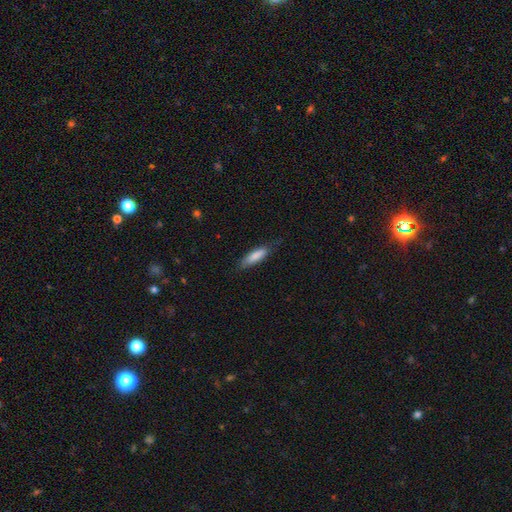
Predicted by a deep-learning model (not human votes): Overall: smooth (82%). How rounded: cigar-shaped (60%; in between 38%). Merging: none (74%).